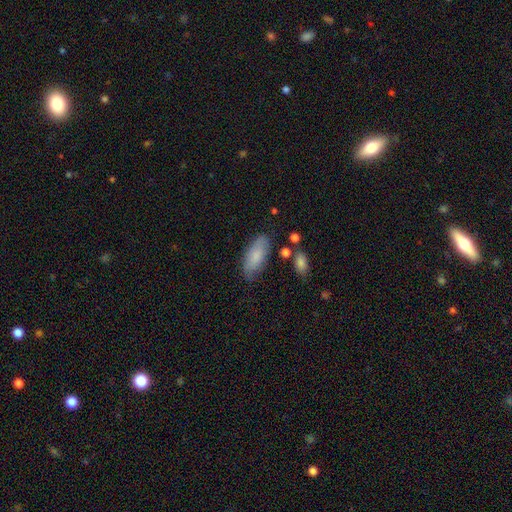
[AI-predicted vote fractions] smooth_or_featured: smooth (p=0.78) [alt: featured or disk p=0.15]
how_rounded: in between (p=0.85) [alt: cigar-shaped p=0.13]
merging: none (p=0.71) [alt: minor disturbance p=0.21]